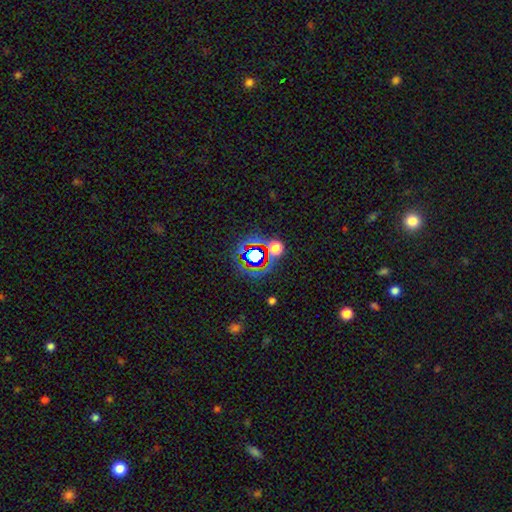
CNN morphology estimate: The model was most divided on "smooth or featured": star or artifact: 58%, smooth: 26%, featured or disk: 15%.